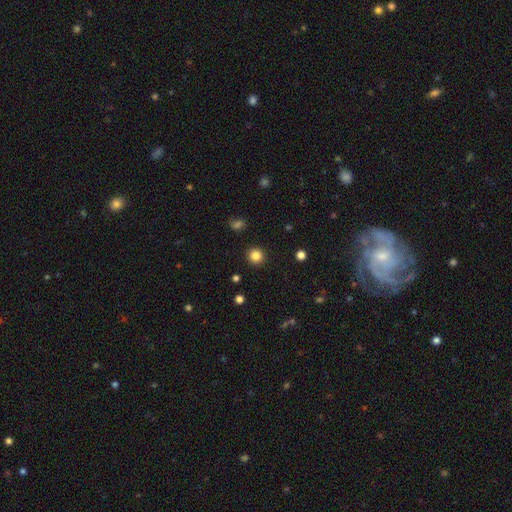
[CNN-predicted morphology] smooth_or_featured: smooth (p=0.84) [alt: star or artifact p=0.12]
how_rounded: round (p=0.94) [alt: in between p=0.05]
merging: none (p=0.92) [alt: minor disturbance p=0.05]